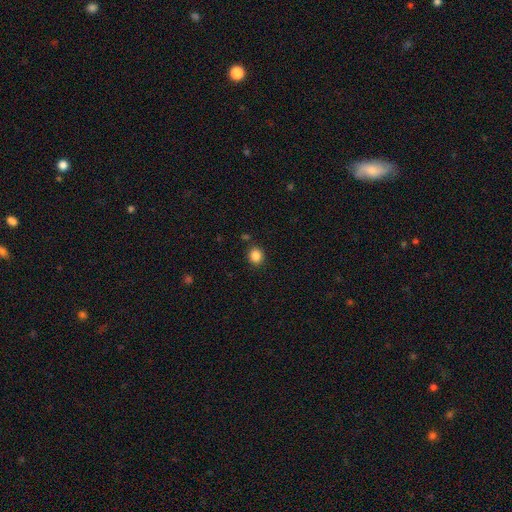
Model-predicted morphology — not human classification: smooth 86%, star or artifact 10%, featured or disk 4%. Down the decision tree: how rounded — round (75%); merging — none (87%).